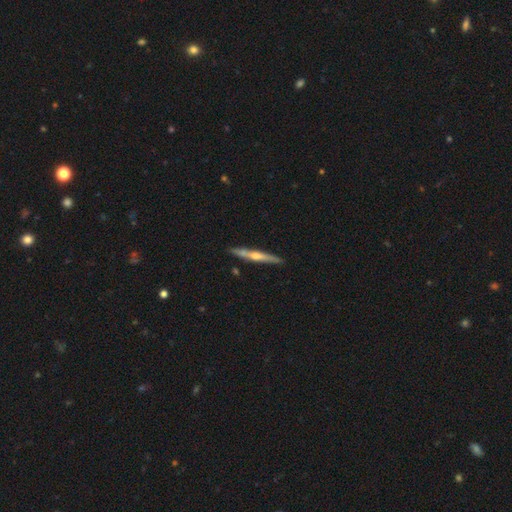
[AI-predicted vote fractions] Smooth or featured?
  - featured or disk: 64% *
  - smooth: 31%
  - star or artifact: 5%
Edge-on disk?
  - yes: 96% *
  - no: 4%
Edge-on bulge?
  - rounded: 79% *
  - none: 17%
  - boxy: 4%
Merging?
  - none: 86% *
  - minor disturbance: 10%
  - merger: 3%
  - major disturbance: 2%